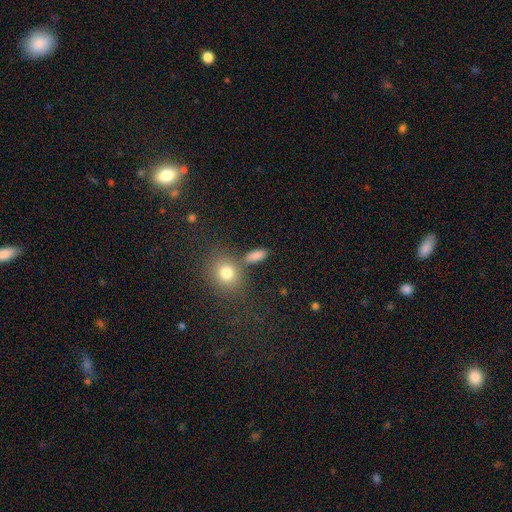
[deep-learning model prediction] Morphology: type=smooth (81%); roundness=in between (70%); merging=none (72%).